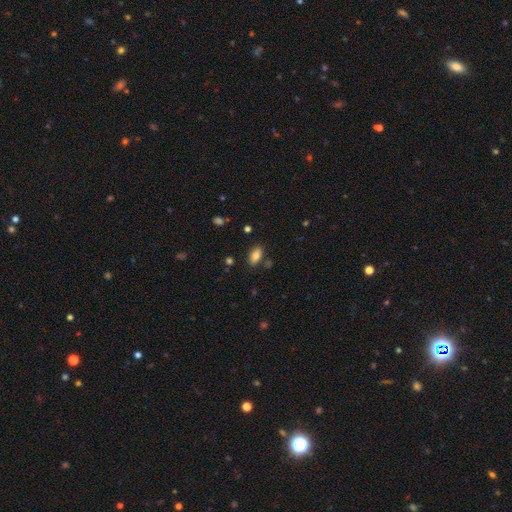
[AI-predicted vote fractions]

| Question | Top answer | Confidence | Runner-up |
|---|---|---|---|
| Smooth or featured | smooth | 84% | star or artifact (9%) |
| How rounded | in between | 91% | cigar-shaped (5%) |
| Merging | none | 83% | minor disturbance (11%) |